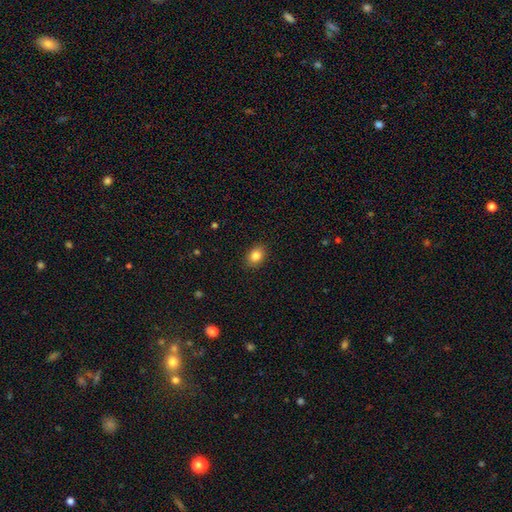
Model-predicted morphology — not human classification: Overall: smooth (84%). How rounded: in between (67%; round 32%). Merging: none (88%).